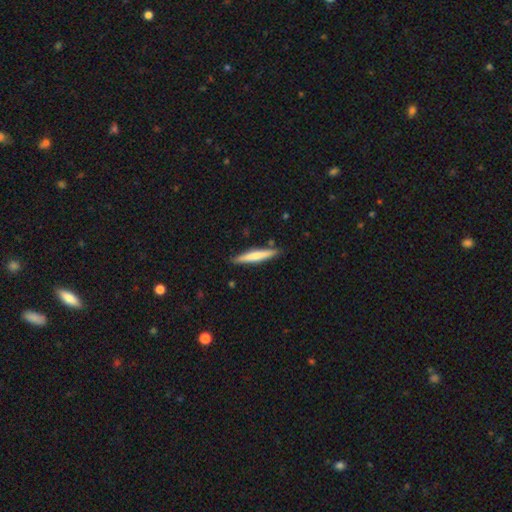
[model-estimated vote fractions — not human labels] smooth_or_featured: smooth (p=0.61) [alt: featured or disk p=0.33]
how_rounded: cigar-shaped (p=0.93) [alt: in between p=0.06]
merging: none (p=0.87) [alt: minor disturbance p=0.09]